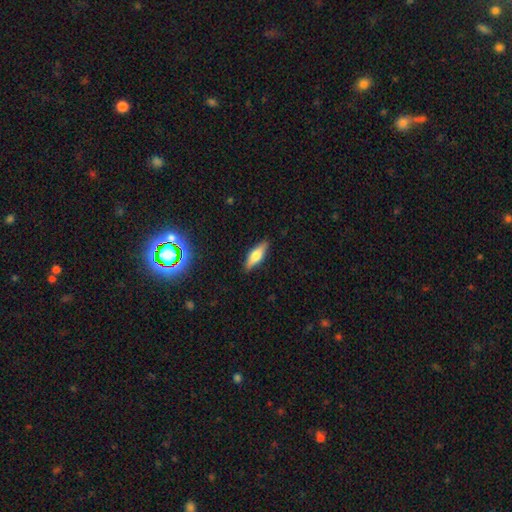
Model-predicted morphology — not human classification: Overall: smooth (56%; featured or disk 37%). How rounded: in between (49%; cigar-shaped 48%). Merging: none (88%).